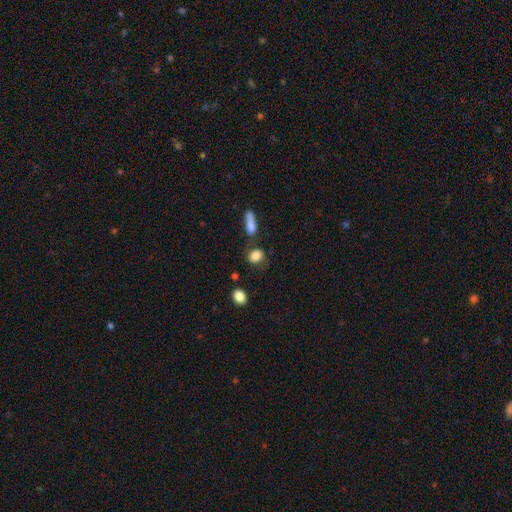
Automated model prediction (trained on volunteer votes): The model was most divided on "how rounded": in between: 59%, round: 38%, cigar-shaped: 3%. More confident: smooth or featured — smooth (82%); merging — none (62%).